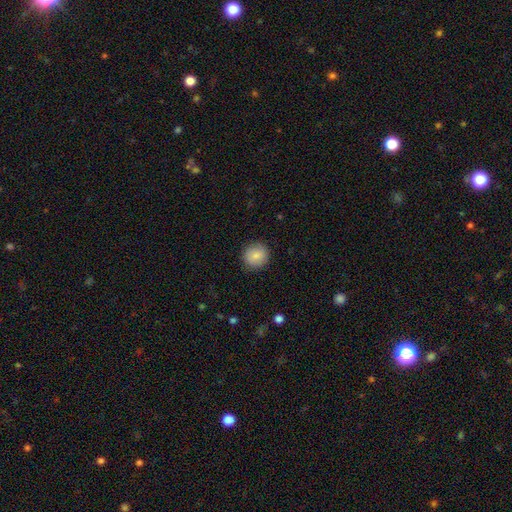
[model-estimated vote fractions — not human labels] Smooth or featured? Predicted: smooth (p=0.84). How rounded? Predicted: round (p=0.90). Merging? Predicted: none (p=0.89).